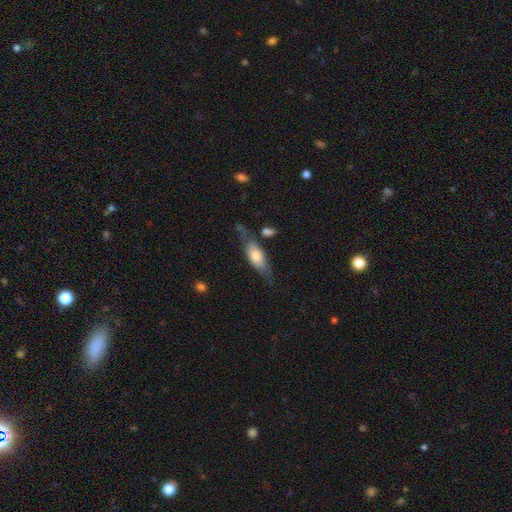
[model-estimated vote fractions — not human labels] Smooth or featured: smooth — 57% (featured or disk — 37%)
How rounded: in between — 64% (cigar-shaped — 33%)
Merging: none — 59% (minor disturbance — 24%)